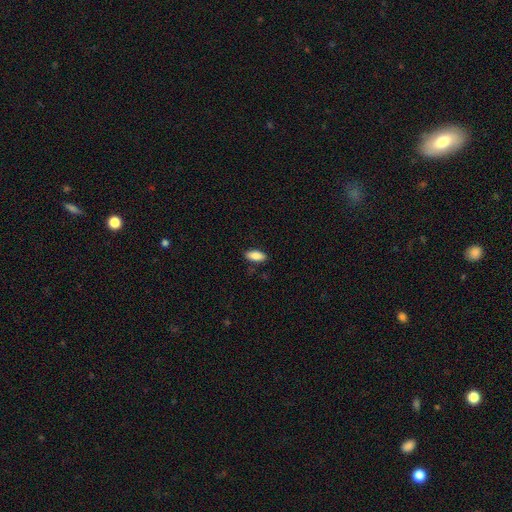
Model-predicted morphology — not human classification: Smooth or featured? Predicted: smooth (p=0.88). How rounded? Predicted: in between (p=0.86). Merging? Predicted: none (p=0.86).